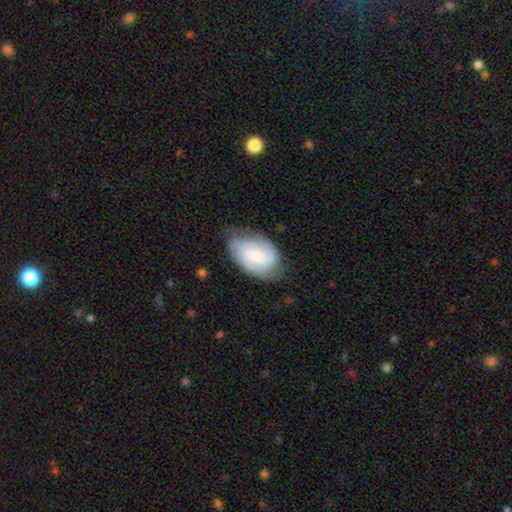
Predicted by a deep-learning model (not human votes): Smooth or featured: featured or disk — 54% (smooth — 39%)
Edge-on disk: no — 97% (yes — 3%)
Bar: no — 59% (weak — 34%)
Spiral arms: yes — 90% (no — 10%)
Bulge size: small — 46% (moderate — 31%)
Merging: none — 63% (minor disturbance — 27%)